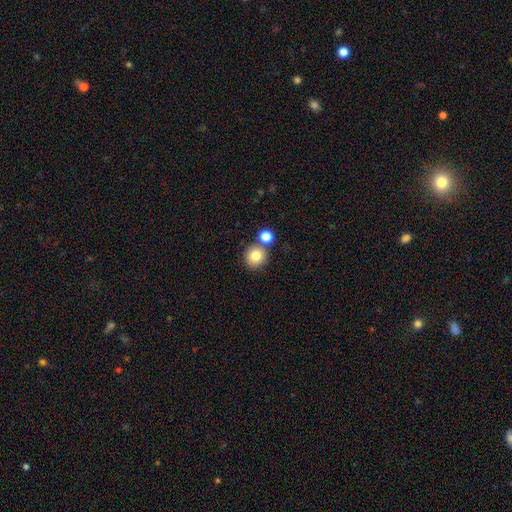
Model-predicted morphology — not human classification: This appears to be a smooth galaxy with no disk features (81%) that is round (91%). Merging: none (68%).